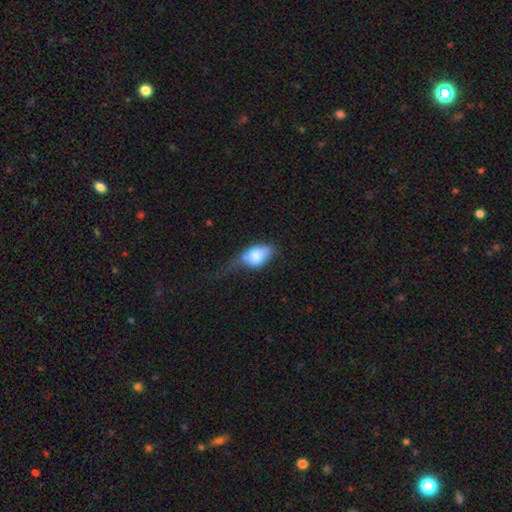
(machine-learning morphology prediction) Q: Smooth or featured?
A: smooth (74%); runner-up: featured or disk (19%)
Q: How rounded?
A: in between (80%); runner-up: round (17%)
Q: Merging?
A: minor disturbance (35%); runner-up: major disturbance (34%)